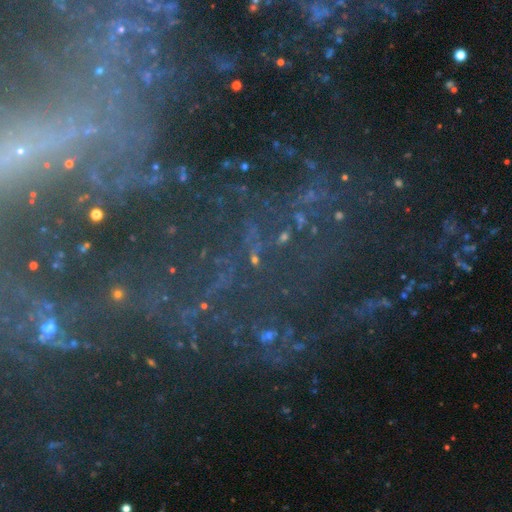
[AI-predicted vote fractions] Morphology: type=star or artifact (64%).